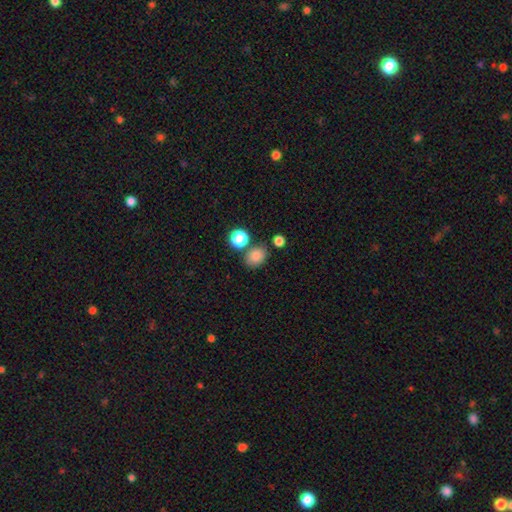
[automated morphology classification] The model was most divided on "how rounded": round: 50%, in between: 49%, cigar-shaped: 1%. More confident: smooth or featured — smooth (82%); merging — none (72%).